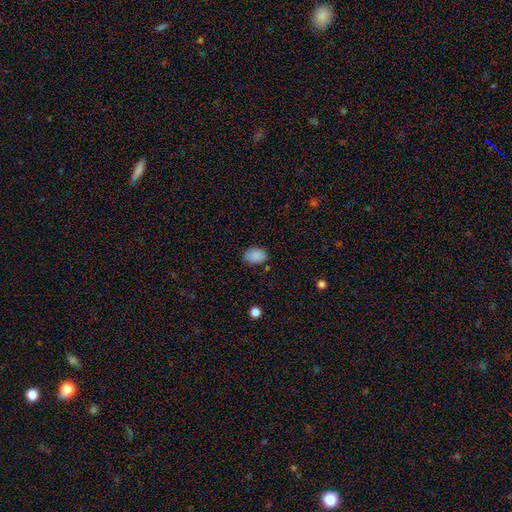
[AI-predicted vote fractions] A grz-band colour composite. It shows a smooth galaxy with no disk features (88%) that is in between round and cigar-shaped (79%). Merging: none (81%).